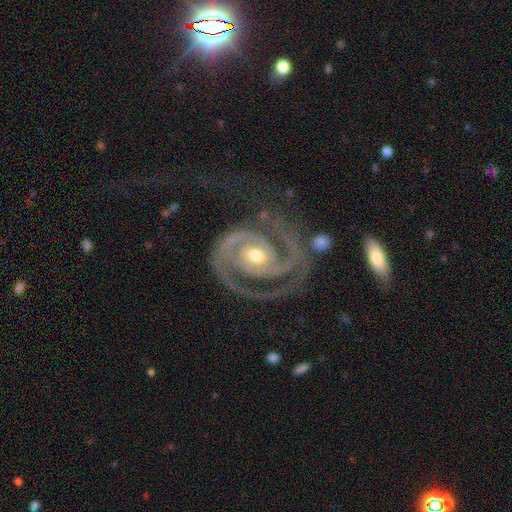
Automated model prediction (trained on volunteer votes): The model was most divided on "bar": no: 52%, weak: 32%, strong: 16%. More confident: spiral arms — yes (98%); edge-on disk — no (98%); smooth or featured — featured or disk (93%); spiral arm count — 2 (84%); merging — none (70%); bulge size — moderate (65%); spiral winding — tight (61%).